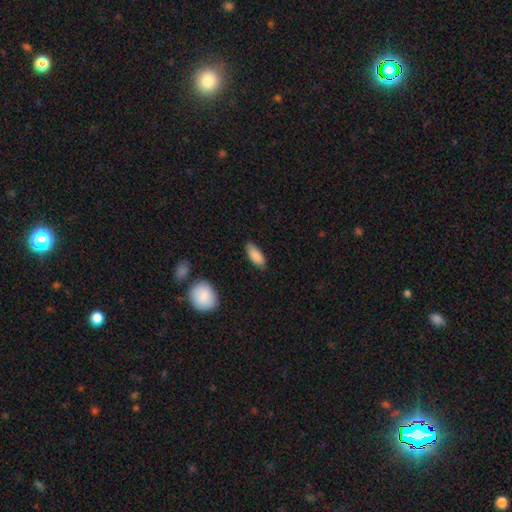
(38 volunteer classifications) smooth_or_featured: smooth (p=0.89) [alt: star or artifact p=0.11]
how_rounded: in between (p=0.68) [alt: cigar-shaped p=0.29]
merging: none (p=0.88) [alt: minor disturbance p=0.09]